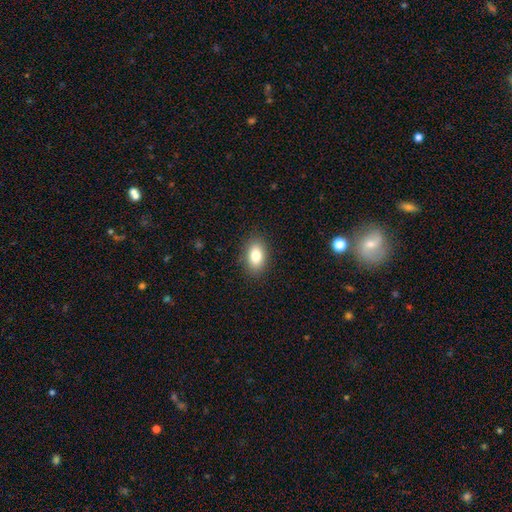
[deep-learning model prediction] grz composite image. It shows a smooth galaxy with no disk features (82%) that is in between round and cigar-shaped (88%). Merging: none (88%).